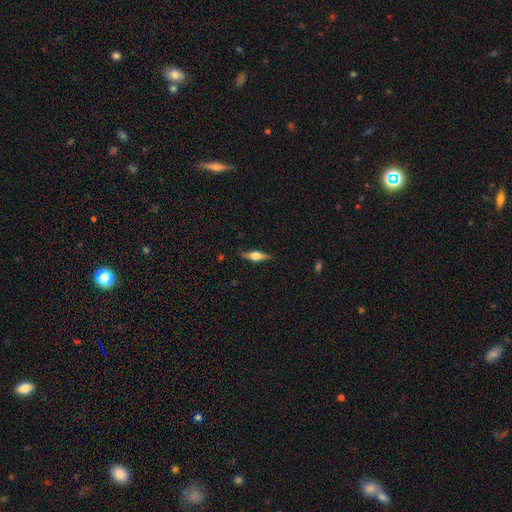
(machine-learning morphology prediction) smooth-or-featured: featured or disk: 57% | smooth: 37% | star or artifact: 6%
  disk-edge-on: yes: 95% | no: 5%
    edge-on-bulge: rounded: 90% | boxy: 8% | none: 2%
  merging: none: 86% | minor disturbance: 11% | major disturbance: 2% | merger: 1%